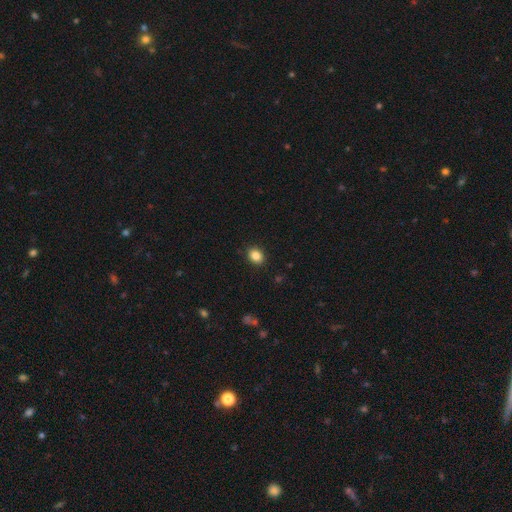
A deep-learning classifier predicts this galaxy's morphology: type=smooth (85%); roundness=round (51%); merging=none (90%).